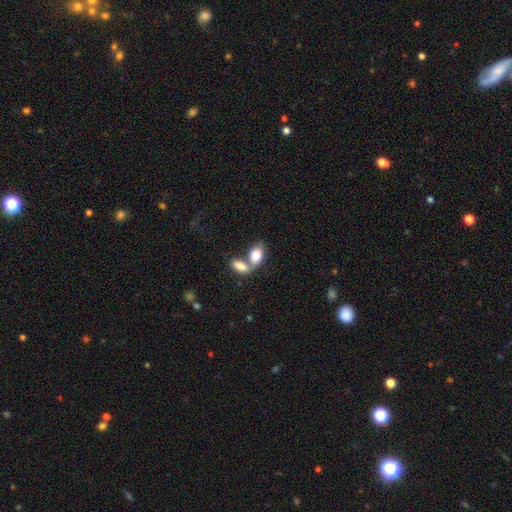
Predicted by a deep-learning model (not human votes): A smooth galaxy with no disk features (83%) that is in between round and cigar-shaped (89%). Merging: merger (57%).